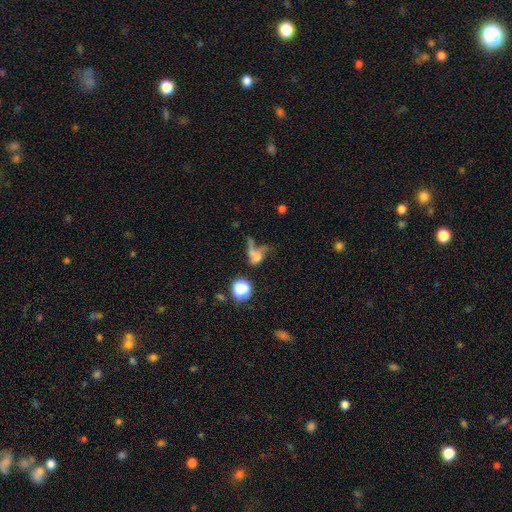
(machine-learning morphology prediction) Smooth or featured?
  - smooth: 50% *
  - featured or disk: 27%
  - star or artifact: 23%
How rounded?
  - in between: 53% *
  - round: 38%
  - cigar-shaped: 10%
Merging?
  - merger: 35% *
  - major disturbance: 28%
  - none: 25%
  - minor disturbance: 12%